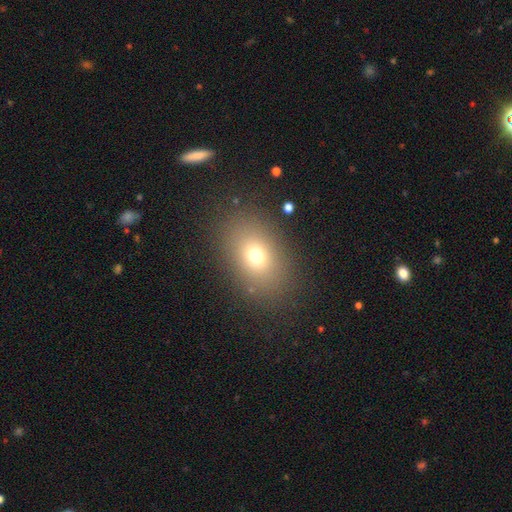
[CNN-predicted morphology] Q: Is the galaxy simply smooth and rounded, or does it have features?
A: smooth — 72%.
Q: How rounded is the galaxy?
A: in between — 72%.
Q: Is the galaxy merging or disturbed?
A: none — 84%.